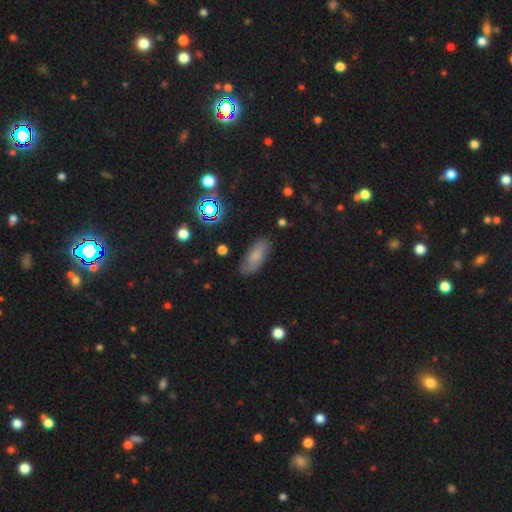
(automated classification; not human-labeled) smooth_or_featured: smooth (p=0.68) [alt: featured or disk p=0.20]
how_rounded: in between (p=0.82) [alt: cigar-shaped p=0.15]
merging: none (p=0.78) [alt: minor disturbance p=0.16]